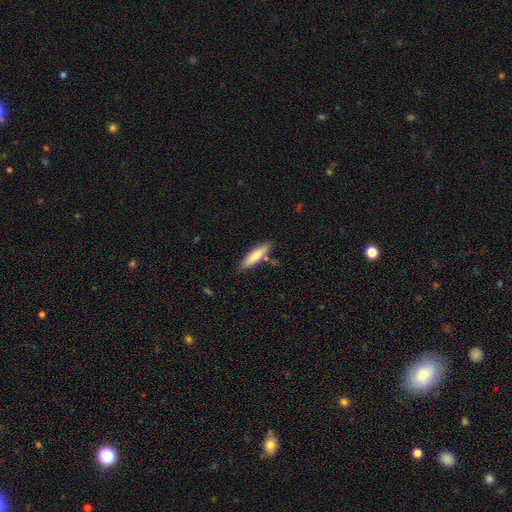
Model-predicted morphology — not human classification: Overall: smooth (76%). How rounded: cigar-shaped (73%). Merging: none (80%).